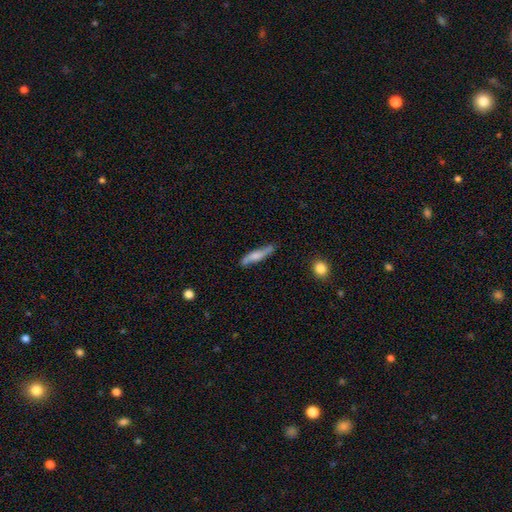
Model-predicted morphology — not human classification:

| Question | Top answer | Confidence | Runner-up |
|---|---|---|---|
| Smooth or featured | smooth | 59% | featured or disk (35%) |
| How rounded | cigar-shaped | 81% | in between (17%) |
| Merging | none | 71% | minor disturbance (21%) |